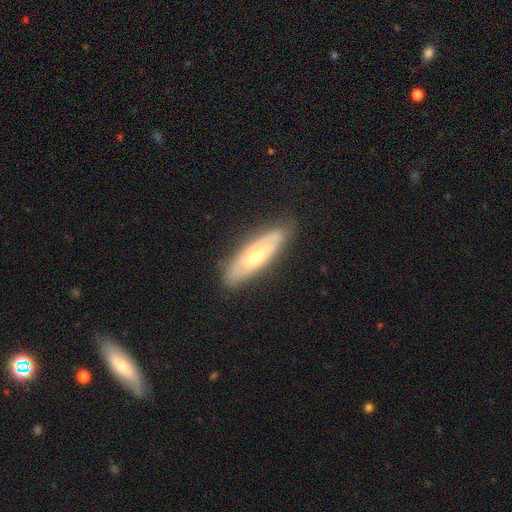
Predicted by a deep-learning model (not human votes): Q: Smooth or featured?
A: featured or disk (54%); runner-up: smooth (40%)
Q: Edge-on disk?
A: no (57%); runner-up: yes (43%)
Q: Merging?
A: none (80%); runner-up: minor disturbance (15%)